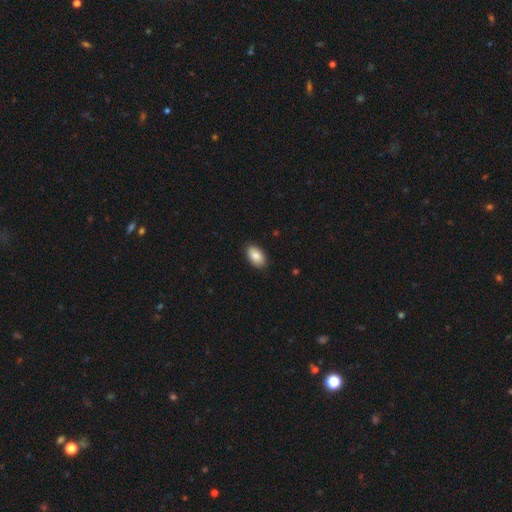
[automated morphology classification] Overall: smooth (85%). How rounded: in between (94%). Merging: none (89%).